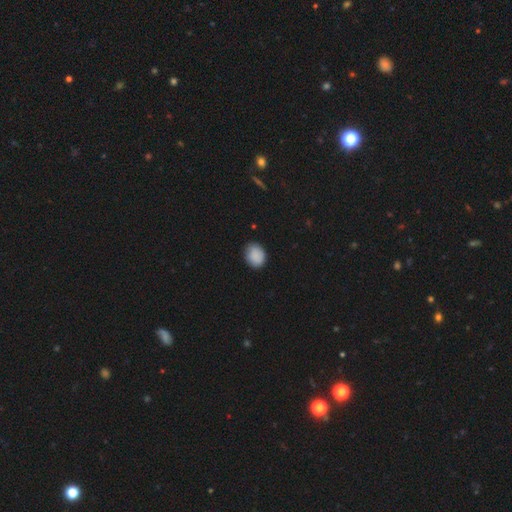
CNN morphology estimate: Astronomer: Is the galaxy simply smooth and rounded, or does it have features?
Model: smooth — 87%.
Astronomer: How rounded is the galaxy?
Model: in between — 53% (runner-up: round, 46%).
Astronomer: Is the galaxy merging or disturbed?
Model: none — 82%.